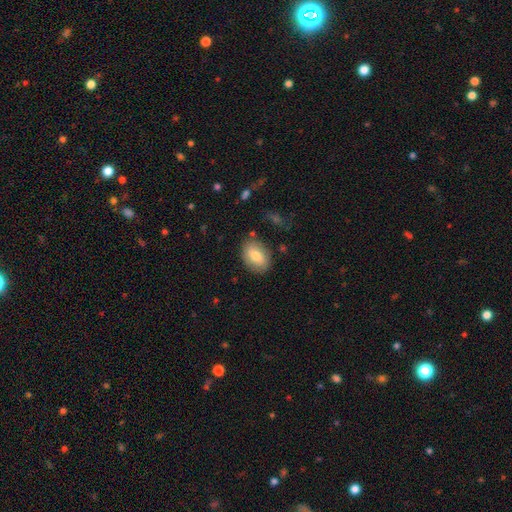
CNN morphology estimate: smooth-or-featured: smooth: 76% | featured or disk: 17% | star or artifact: 7%
  how-rounded: in between: 81% | round: 18% | cigar-shaped: 1%
  merging: none: 82% | minor disturbance: 13% | major disturbance: 3% | merger: 2%